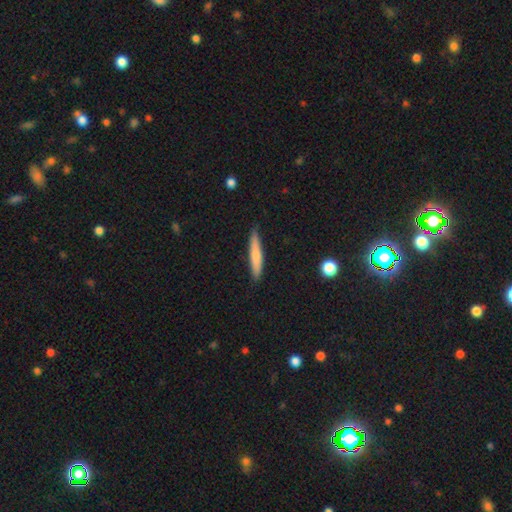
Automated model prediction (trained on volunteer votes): A smooth galaxy with no disk features (71%) that is cigar-shaped (91%). Merging: none (83%).